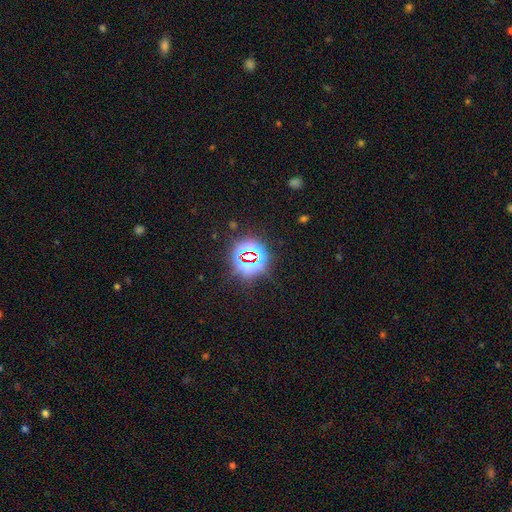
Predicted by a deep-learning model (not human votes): Overall: star or artifact (77%).